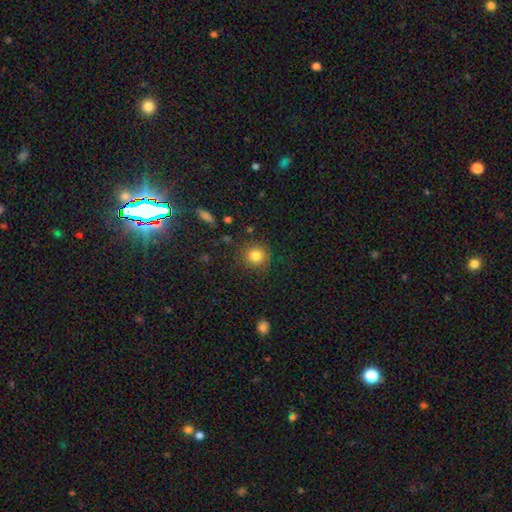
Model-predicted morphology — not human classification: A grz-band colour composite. It shows a smooth galaxy with no disk features (83%) that is round (90%). Merging: none (86%).